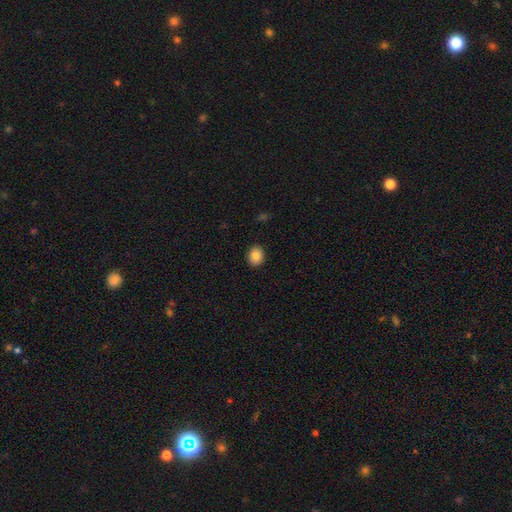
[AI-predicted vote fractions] Q: Smooth or featured?
A: smooth (84%); runner-up: star or artifact (8%)
Q: How rounded?
A: round (56%); runner-up: in between (43%)
Q: Merging?
A: none (91%); runner-up: minor disturbance (7%)